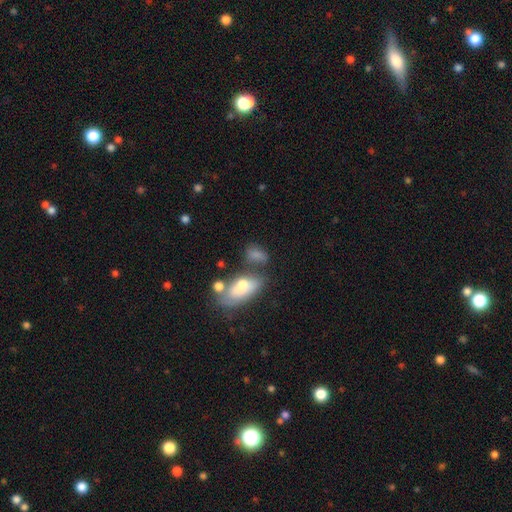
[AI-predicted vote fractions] Smooth or featured?
  - smooth: 64% *
  - featured or disk: 23%
  - star or artifact: 14%
How rounded?
  - in between: 78% *
  - round: 11%
  - cigar-shaped: 11%
Merging?
  - none: 48% *
  - merger: 24%
  - minor disturbance: 19%
  - major disturbance: 9%